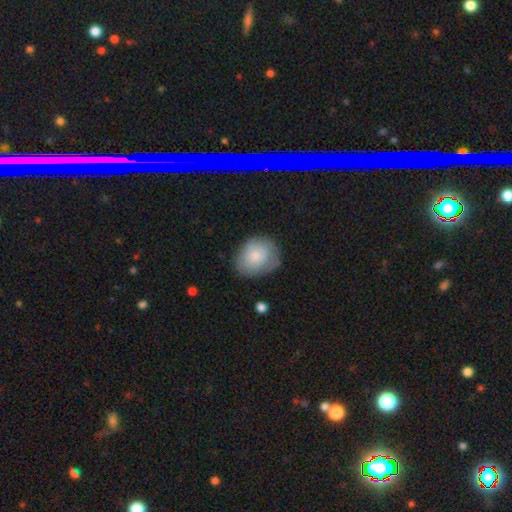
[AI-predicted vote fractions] The model was most divided on "how rounded": round: 50%, in between: 49%, cigar-shaped: 1%. More confident: smooth or featured — smooth (78%); merging — none (66%).